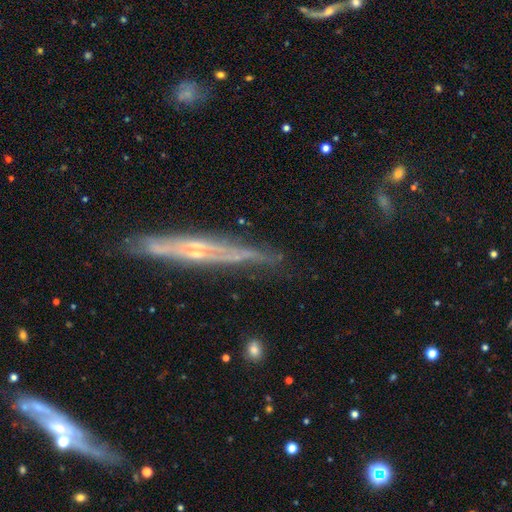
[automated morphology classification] A featured or disk galaxy (74%) viewed edge-on (89%) with no central bulge (53%).

Vote fractions:
- Smooth or featured? featured or disk: 74% / smooth: 17% / star or artifact: 9%
- Edge-on disk? yes: 89% / no: 11%
- Edge-on bulge? none: 53% / rounded: 39% / boxy: 8%
- Merging? none: 78% / minor disturbance: 15% / major disturbance: 4% / merger: 3%